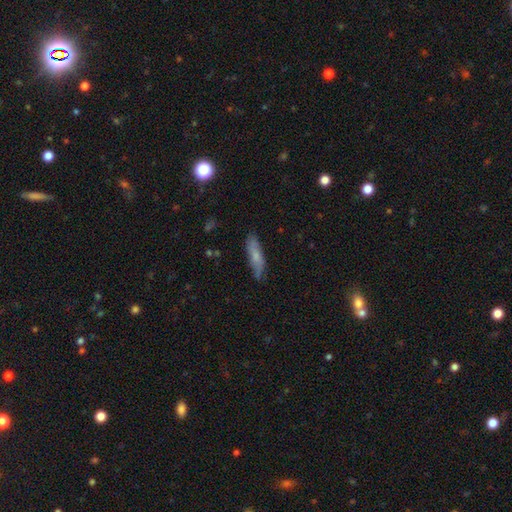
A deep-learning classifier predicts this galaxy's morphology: smooth-or-featured: smooth: 65% | featured or disk: 27% | star or artifact: 7%
  how-rounded: cigar-shaped: 72% | in between: 26% | round: 2%
  merging: none: 77% | minor disturbance: 18% | major disturbance: 3% | merger: 2%